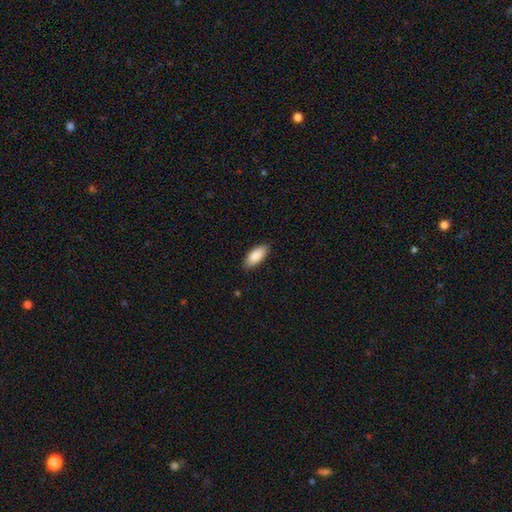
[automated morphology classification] Q: Smooth or featured?
A: smooth (88%); runner-up: featured or disk (6%)
Q: How rounded?
A: in between (85%); runner-up: cigar-shaped (13%)
Q: Merging?
A: none (88%); runner-up: minor disturbance (9%)